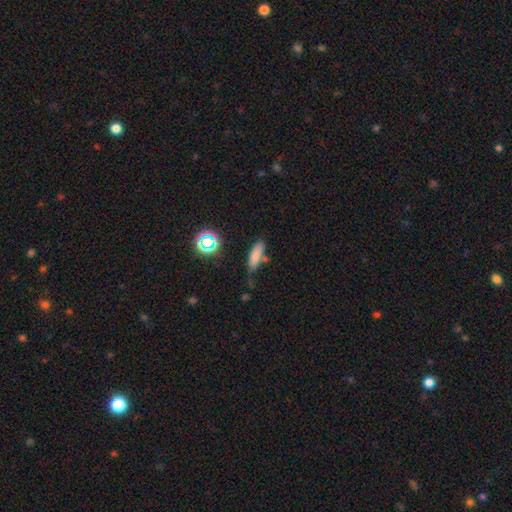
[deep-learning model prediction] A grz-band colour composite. It shows a smooth galaxy with no disk features (75%) that is in between round and cigar-shaped (55%). Merging: none (59%).